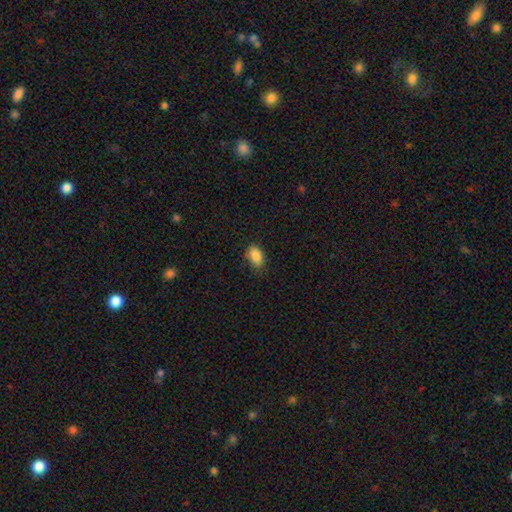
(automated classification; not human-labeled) smooth-or-featured: smooth: 87% | star or artifact: 8% | featured or disk: 5%
  how-rounded: in between: 89% | round: 9% | cigar-shaped: 2%
  merging: none: 78% | minor disturbance: 18% | major disturbance: 3% | merger: 1%